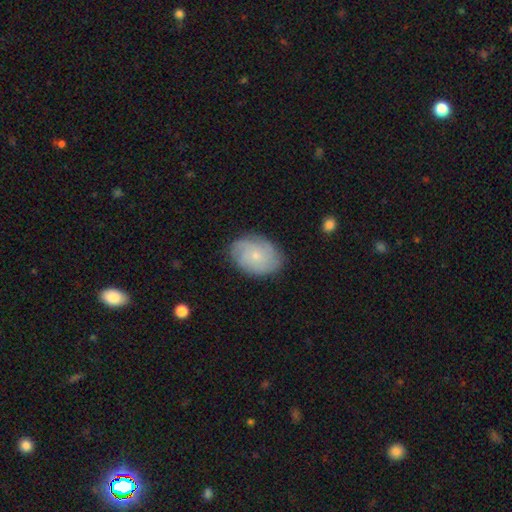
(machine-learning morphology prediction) The model was most divided on "smooth or featured": featured or disk: 58%, smooth: 35%, star or artifact: 8%. More confident: edge-on disk — no (97%); spiral arms — yes (88%); bar — no (82%); merging — none (80%); bulge size — small (76%).